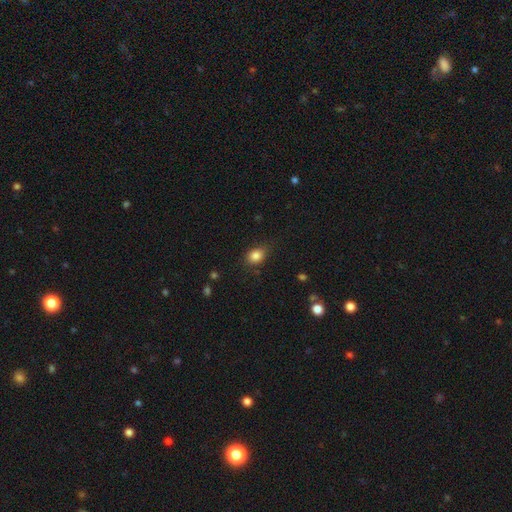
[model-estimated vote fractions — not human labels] smooth-or-featured: smooth: 84% | star or artifact: 10% | featured or disk: 6%
  how-rounded: in between: 57% | round: 42% | cigar-shaped: 1%
  merging: none: 78% | minor disturbance: 17% | major disturbance: 4% | merger: 1%